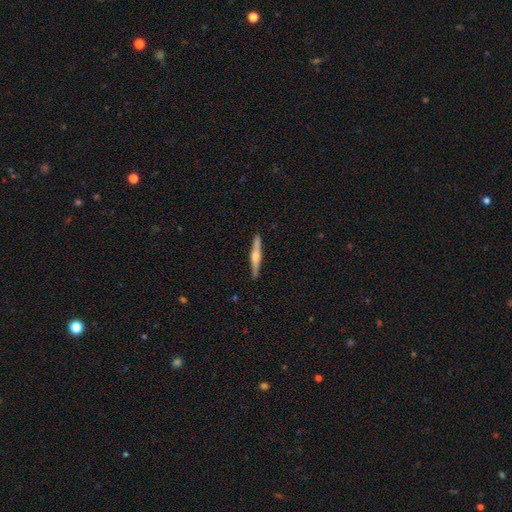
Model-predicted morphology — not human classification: smooth_or_featured: featured or disk (p=0.57) [alt: smooth p=0.38]
disk_edge_on: yes (p=0.97) [alt: no p=0.03]
edge_on_bulge: rounded (p=0.79) [alt: boxy p=0.10]
merging: none (p=0.89) [alt: minor disturbance p=0.08]